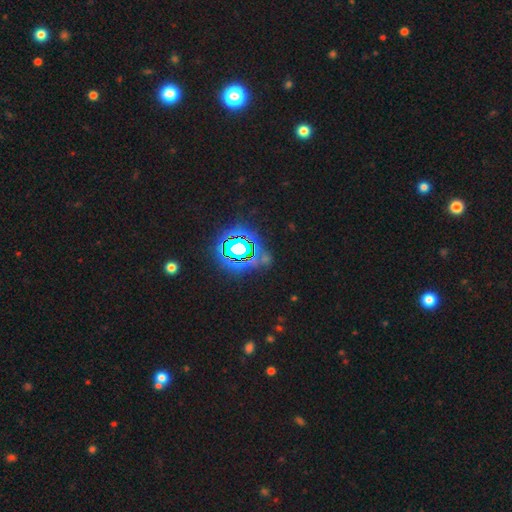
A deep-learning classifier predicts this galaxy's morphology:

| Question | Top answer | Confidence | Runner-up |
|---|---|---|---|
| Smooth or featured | star or artifact | 81% | smooth (11%) |